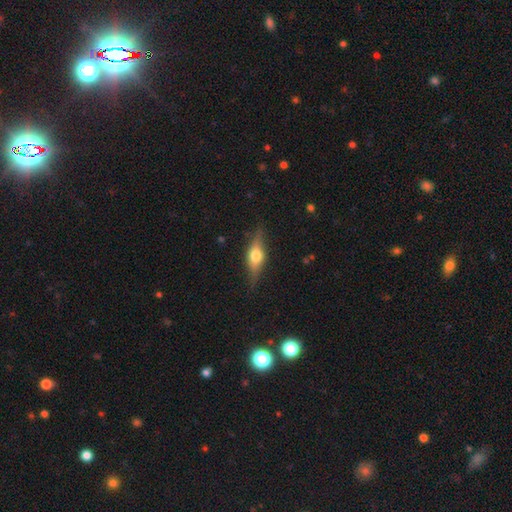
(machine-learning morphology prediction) smooth_or_featured: featured or disk (p=0.52) [alt: smooth p=0.41]
disk_edge_on: yes (p=0.91) [alt: no p=0.09]
merging: none (p=0.82) [alt: minor disturbance p=0.14]